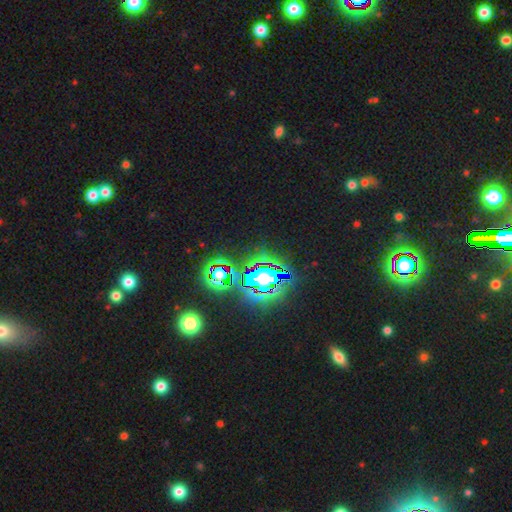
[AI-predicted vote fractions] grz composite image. It shows a star or artifact, not a galaxy (82%).